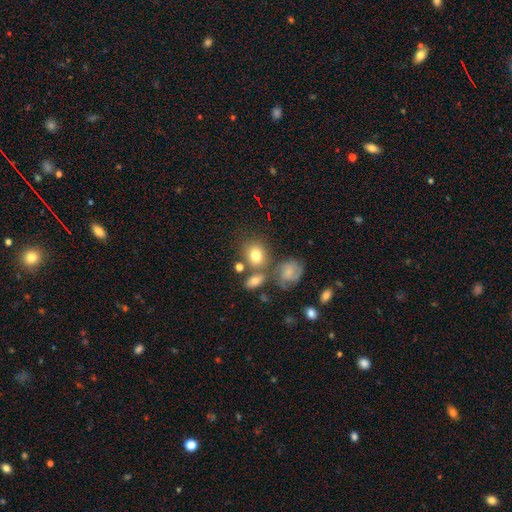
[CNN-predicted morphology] A smooth galaxy with no disk features (71%) that is round (56%). Merging: none (56%).